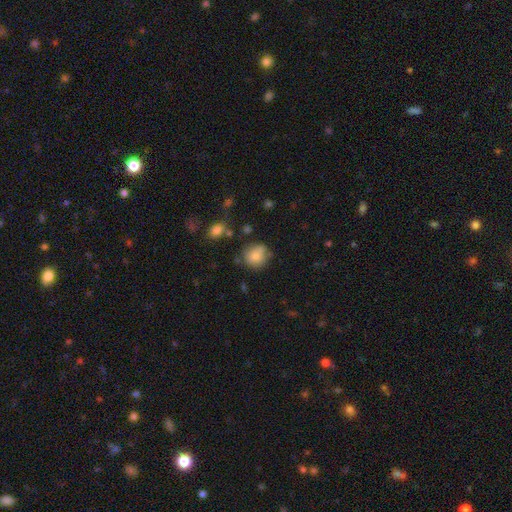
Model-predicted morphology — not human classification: smooth_or_featured: smooth (p=0.79) [alt: featured or disk p=0.11]
how_rounded: round (p=0.85) [alt: in between p=0.14]
merging: none (p=0.69) [alt: minor disturbance p=0.19]